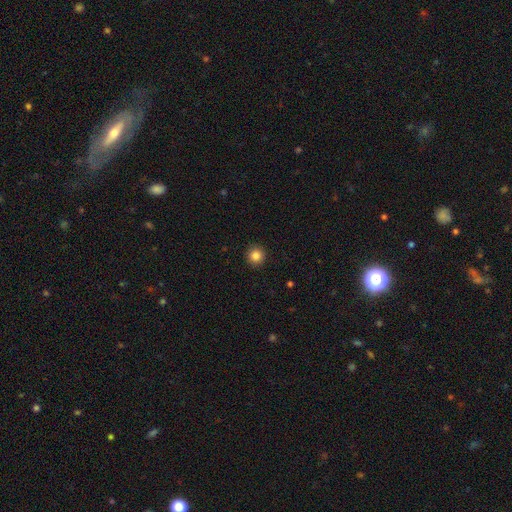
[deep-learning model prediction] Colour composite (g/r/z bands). It shows a smooth galaxy with no disk features (85%) that is round (95%). Merging: none (92%).